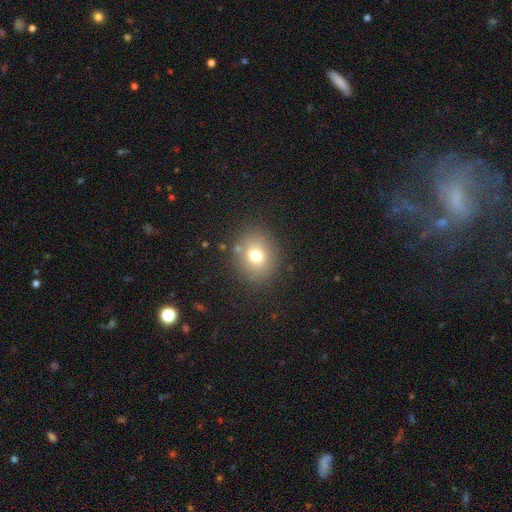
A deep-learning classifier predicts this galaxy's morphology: smooth_or_featured: smooth (p=0.72) [alt: star or artifact p=0.14]
how_rounded: round (p=0.68) [alt: in between p=0.32]
merging: none (p=0.83) [alt: minor disturbance p=0.10]